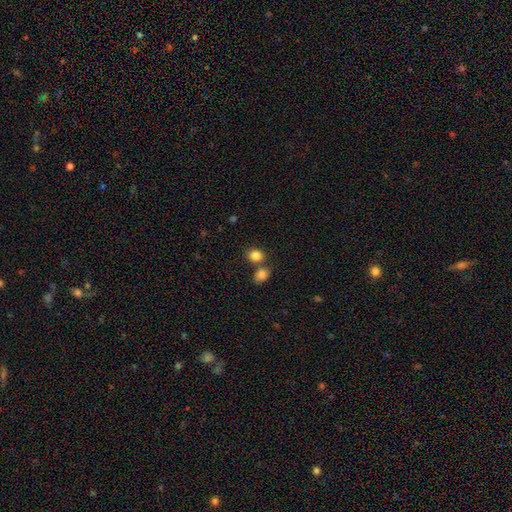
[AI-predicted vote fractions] The model was most divided on "how rounded": round: 64%, in between: 35%, cigar-shaped: 1%. More confident: smooth or featured — smooth (84%); merging — none (60%).